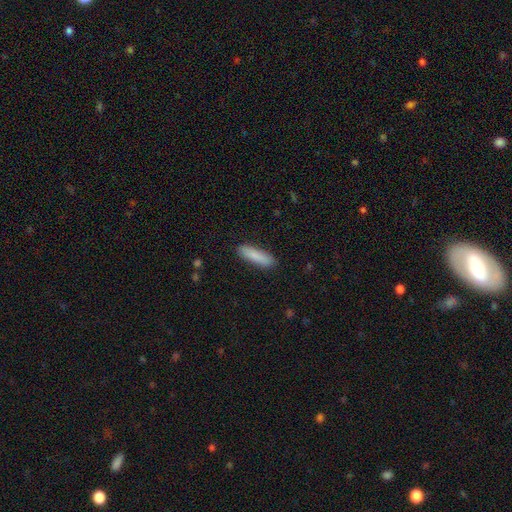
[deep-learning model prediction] Smooth or featured?
  - smooth: 86% *
  - featured or disk: 8%
  - star or artifact: 6%
How rounded?
  - cigar-shaped: 71% *
  - in between: 27%
  - round: 1%
Merging?
  - none: 88% *
  - minor disturbance: 9%
  - major disturbance: 2%
  - merger: 1%